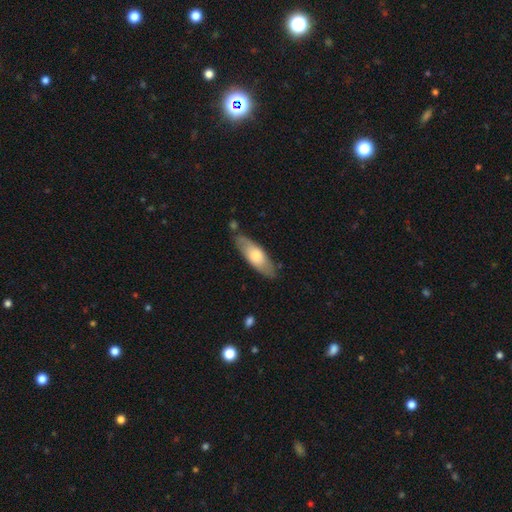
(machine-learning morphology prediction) smooth-or-featured: smooth: 63% | featured or disk: 32% | star or artifact: 5%
  how-rounded: in between: 56% | cigar-shaped: 42% | round: 2%
  merging: none: 77% | minor disturbance: 16% | merger: 4% | major disturbance: 3%